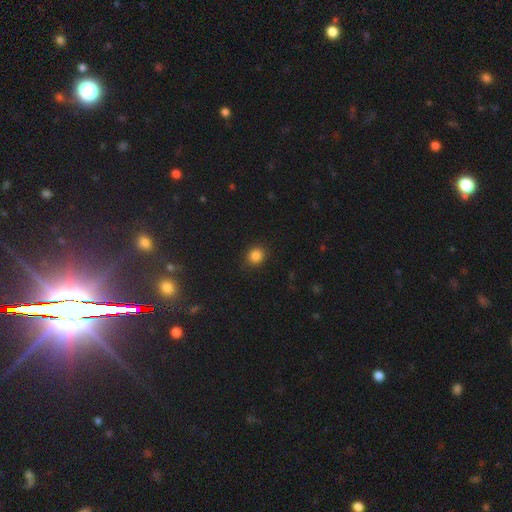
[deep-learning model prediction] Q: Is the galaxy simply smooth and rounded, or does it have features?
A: smooth — 85%.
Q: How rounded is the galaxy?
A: round — 79%.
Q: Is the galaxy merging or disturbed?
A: none — 87%.